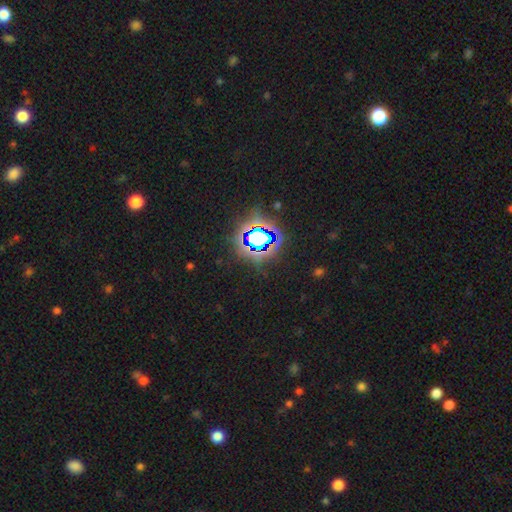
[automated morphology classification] The model was most divided on "smooth or featured": star or artifact: 82%, smooth: 11%, featured or disk: 6%.